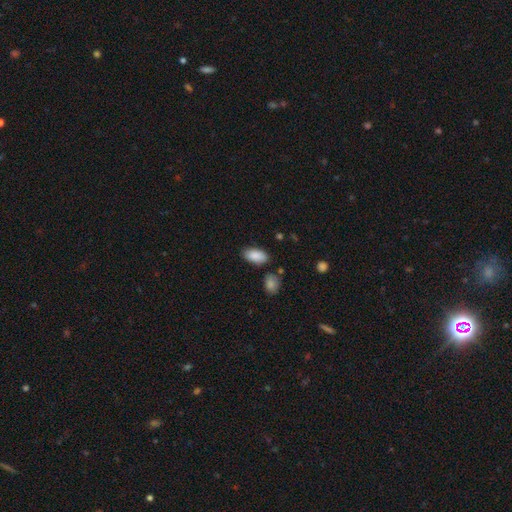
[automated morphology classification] Smooth or featured? smooth (89%)
How rounded? in between (93%)
Merging? none (80%)